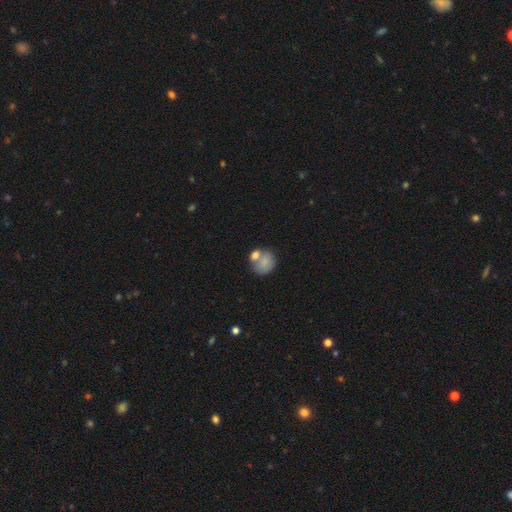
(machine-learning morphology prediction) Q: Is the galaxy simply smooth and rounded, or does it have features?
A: smooth — 78%.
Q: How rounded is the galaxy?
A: round — 68%.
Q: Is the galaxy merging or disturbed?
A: merger — 43%.